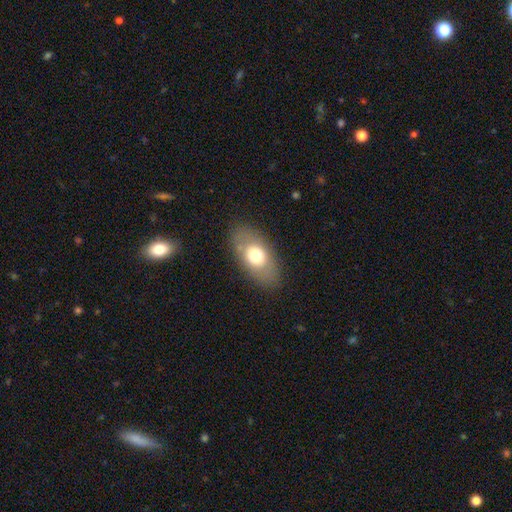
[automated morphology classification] Smooth or featured? Predicted: smooth (p=0.67). How rounded? Predicted: in between (p=0.89). Merging? Predicted: none (p=0.83).